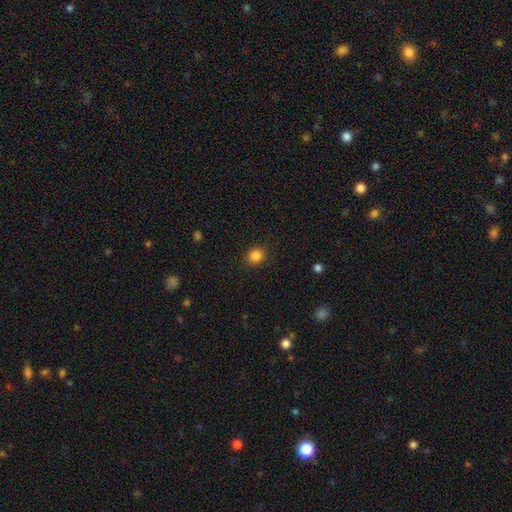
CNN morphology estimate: This is clearly a smooth galaxy (85%). How rounded: likely round (78%). Merging: clearly none (89%).